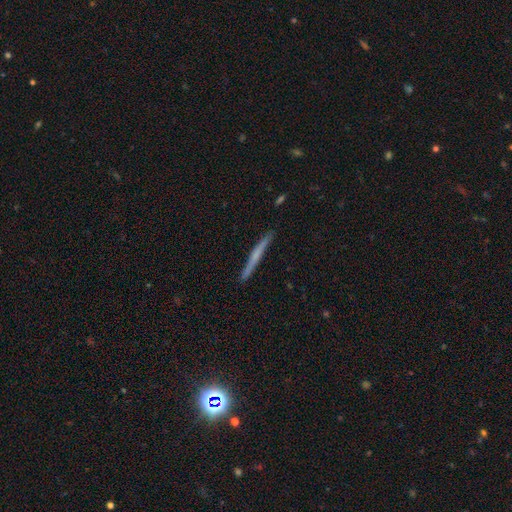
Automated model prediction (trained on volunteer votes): smooth 47% (tied), featured or disk 47% (tied), star or artifact 6%. Down the decision tree: merging — none (90%).